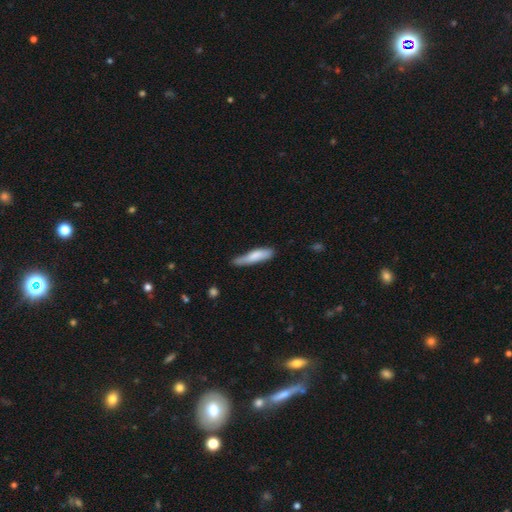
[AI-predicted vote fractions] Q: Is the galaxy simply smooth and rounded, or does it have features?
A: smooth — 76%.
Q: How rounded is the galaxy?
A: cigar-shaped — 78%.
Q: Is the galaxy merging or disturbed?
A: none — 55%.